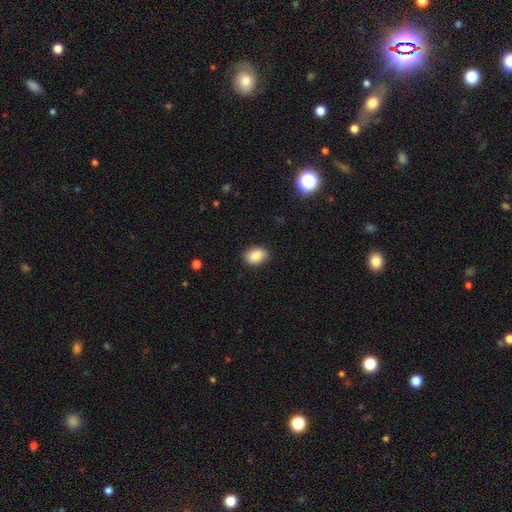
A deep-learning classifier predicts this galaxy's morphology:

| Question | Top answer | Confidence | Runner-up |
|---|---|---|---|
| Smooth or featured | smooth | 86% | star or artifact (8%) |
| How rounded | in between | 73% | round (26%) |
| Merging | none | 87% | minor disturbance (10%) |